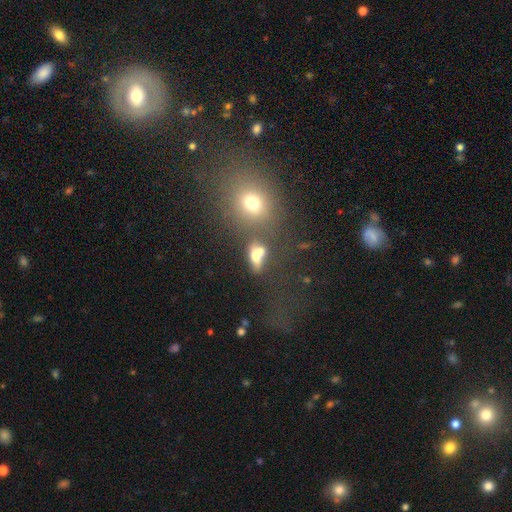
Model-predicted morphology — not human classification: smooth-or-featured: smooth: 64% | featured or disk: 20% | star or artifact: 16%
  how-rounded: in between: 66% | round: 23% | cigar-shaped: 11%
  merging: merger: 41% | none: 37% | minor disturbance: 13% | major disturbance: 9%